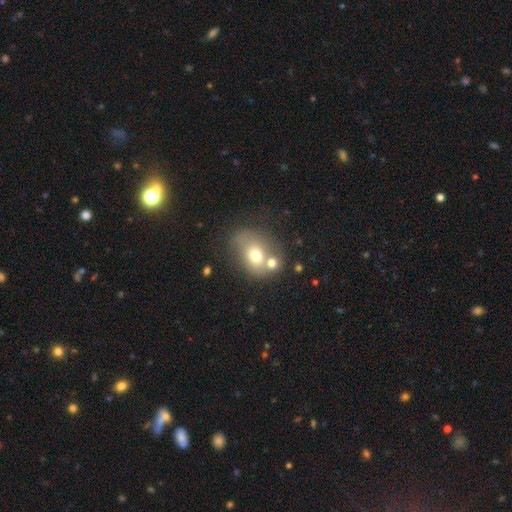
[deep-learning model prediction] Smooth or featured? Predicted: smooth (p=0.66). How rounded? Predicted: in between (p=0.56). Merging? Predicted: merger (p=0.41).